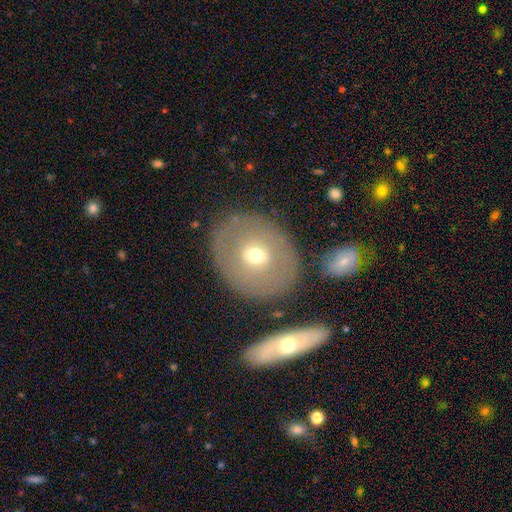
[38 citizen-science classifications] smooth-or-featured: smooth: 55% | featured or disk: 39% | star or artifact: 5%
  how-rounded: round: 48% (tied) | in between: 48% (tied) | cigar-shaped: 5%
  merging: none: 92% | minor disturbance: 8% | major disturbance: 0% | merger: 0%